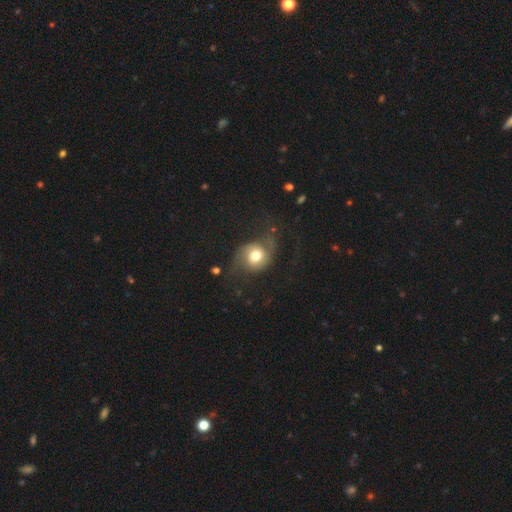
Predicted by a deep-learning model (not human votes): Morphology: type=featured or disk (51%); edge-on=no (96%); merging=none (49%).